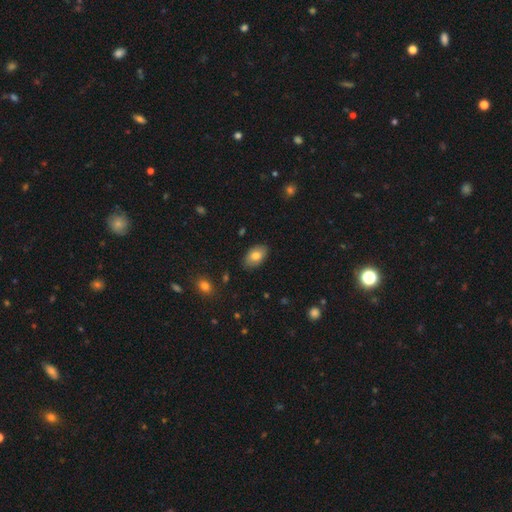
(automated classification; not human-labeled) smooth_or_featured: smooth (p=0.80) [alt: featured or disk p=0.13]
how_rounded: in between (p=0.92) [alt: round p=0.06]
merging: none (p=0.85) [alt: minor disturbance p=0.11]